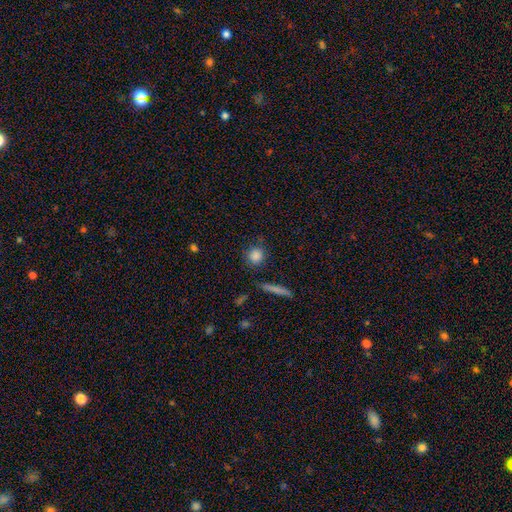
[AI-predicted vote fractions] A smooth galaxy with no disk features (85%) that is round (84%).

Vote fractions:
- Smooth or featured? smooth: 85% / star or artifact: 10% / featured or disk: 6%
- How rounded? round: 84% / in between: 12% / cigar-shaped: 3%
- Merging? none: 83% / minor disturbance: 10% / merger: 4% / major disturbance: 3%